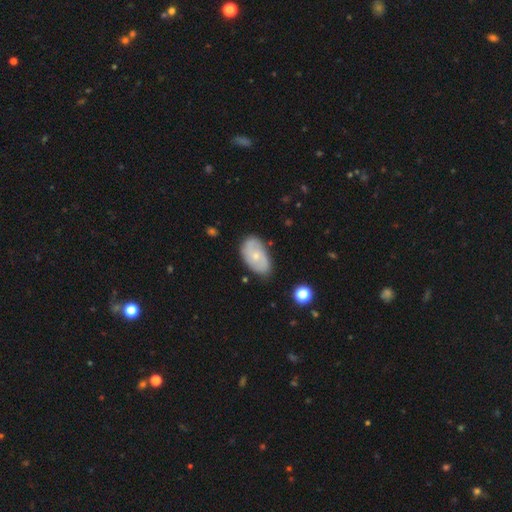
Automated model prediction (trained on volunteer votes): smooth 47% (tied), featured or disk 47% (tied), star or artifact 7%. Down the decision tree: merging — none (74%).